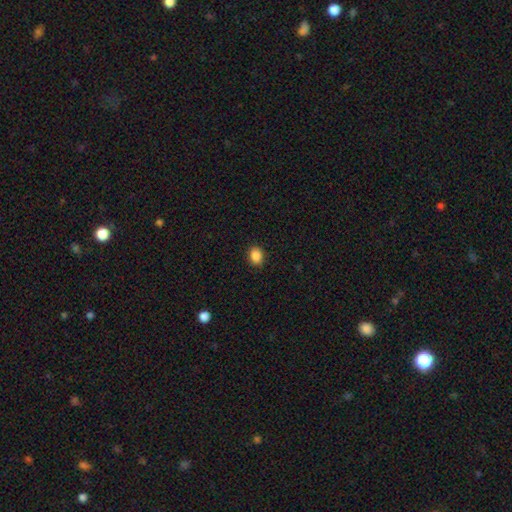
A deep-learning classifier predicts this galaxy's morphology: This is clearly a smooth galaxy (88%). How rounded: possibly in between (57%). Merging: clearly none (90%).